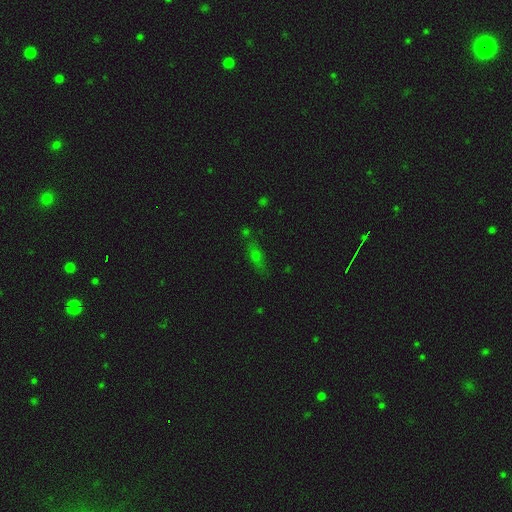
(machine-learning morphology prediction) Q: Smooth or featured?
A: smooth (50%); runner-up: featured or disk (27%)
Q: How rounded?
A: cigar-shaped (51%); runner-up: in between (42%)
Q: Merging?
A: none (73%); runner-up: minor disturbance (16%)